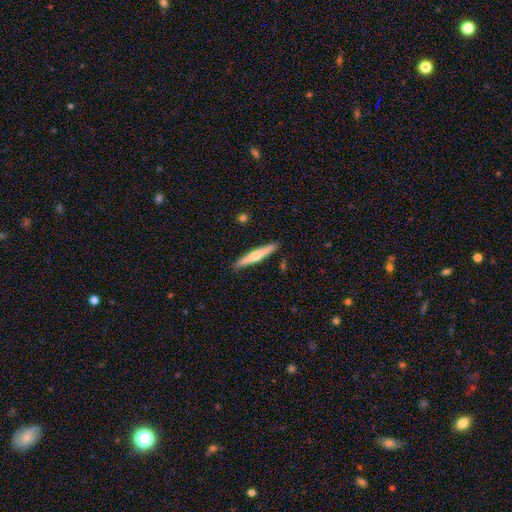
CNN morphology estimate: Smooth or featured?
  - featured or disk: 48% *
  - smooth: 47%
  - star or artifact: 5%
Merging?
  - none: 90% *
  - minor disturbance: 7%
  - major disturbance: 1%
  - merger: 1%